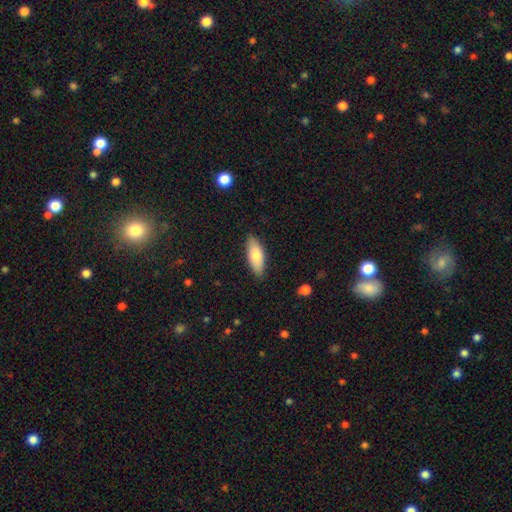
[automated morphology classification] Smooth or featured? Predicted: smooth (p=0.79). How rounded? Predicted: in between (p=0.74). Merging? Predicted: none (p=0.86).